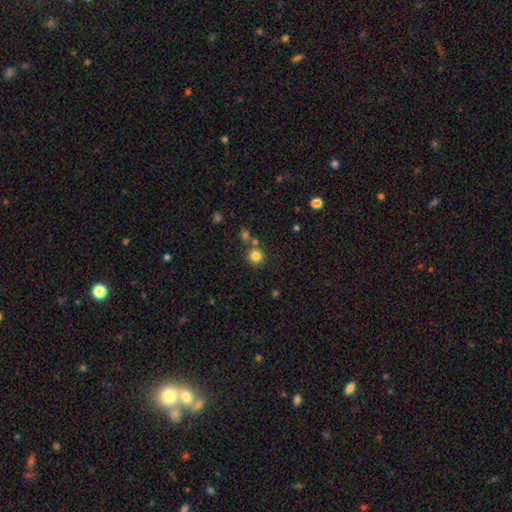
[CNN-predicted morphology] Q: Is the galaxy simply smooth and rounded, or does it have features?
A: smooth — 82%.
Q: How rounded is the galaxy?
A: round — 92%.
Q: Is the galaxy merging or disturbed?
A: none — 77%.